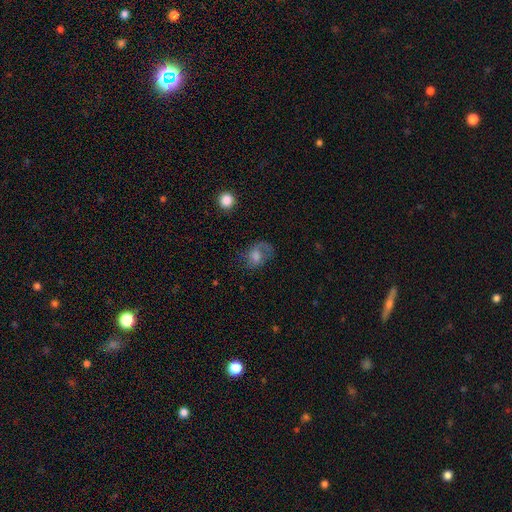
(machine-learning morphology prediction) A smooth galaxy with no disk features (43%, tied with featured or disk).

Vote fractions:
- Smooth or featured? smooth: 43% (tied) / featured or disk: 43% (tied) / star or artifact: 13%
- Merging? none: 49% / major disturbance: 26% / minor disturbance: 23% / merger: 2%